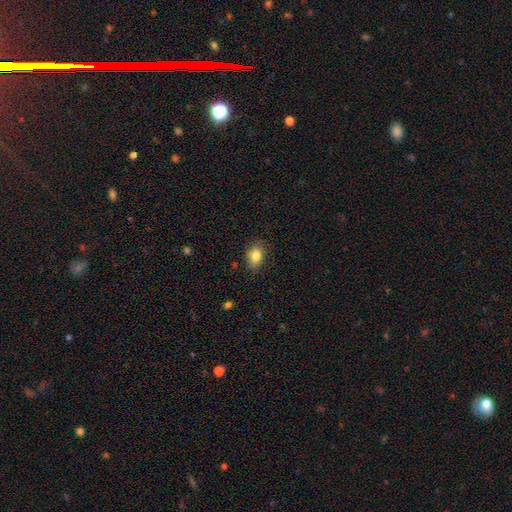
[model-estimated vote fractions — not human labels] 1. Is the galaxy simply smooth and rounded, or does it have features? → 83% smooth, 9% star or artifact, 9% featured or disk.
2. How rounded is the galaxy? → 76% in between, 22% round, 1% cigar-shaped.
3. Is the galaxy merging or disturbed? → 81% none, 15% minor disturbance, 3% major disturbance, 1% merger.